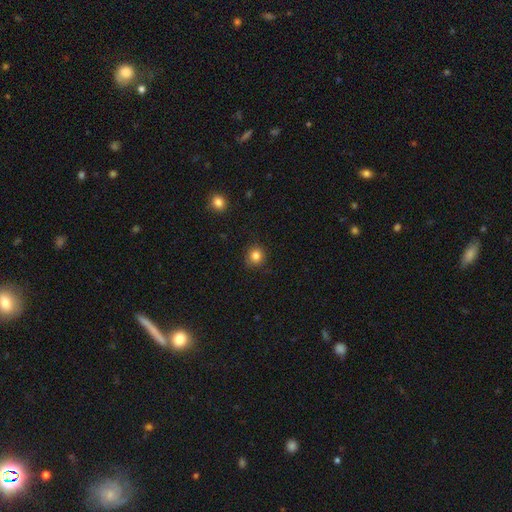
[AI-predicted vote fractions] Q: Smooth or featured?
A: smooth (83%); runner-up: star or artifact (12%)
Q: How rounded?
A: round (89%); runner-up: in between (10%)
Q: Merging?
A: none (86%); runner-up: minor disturbance (10%)